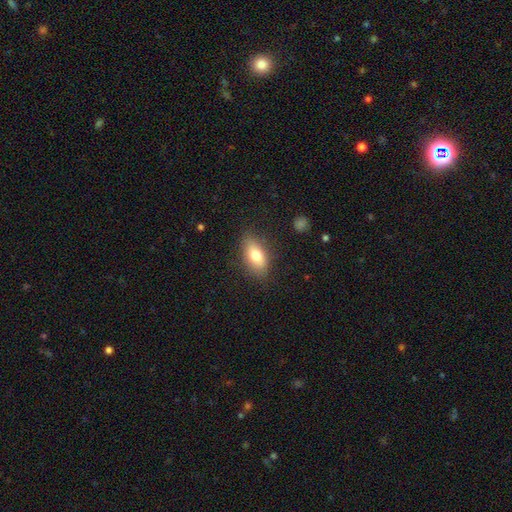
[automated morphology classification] smooth_or_featured: smooth (p=0.76) [alt: featured or disk p=0.16]
how_rounded: in between (p=0.87) [alt: cigar-shaped p=0.07]
merging: none (p=0.81) [alt: minor disturbance p=0.14]